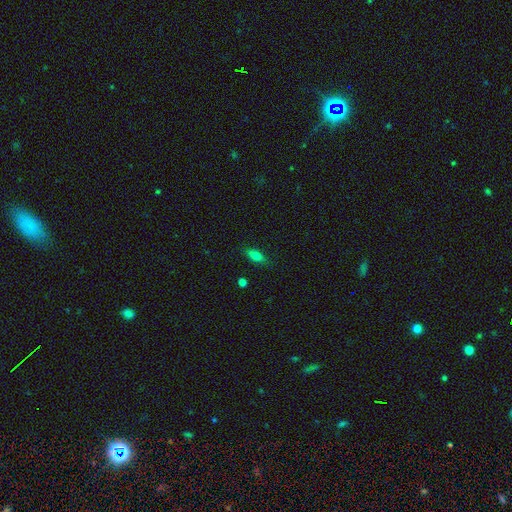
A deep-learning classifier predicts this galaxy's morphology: Smooth or featured: smooth — 71% (featured or disk — 20%)
How rounded: in between — 68% (cigar-shaped — 28%)
Merging: none — 83% (minor disturbance — 13%)